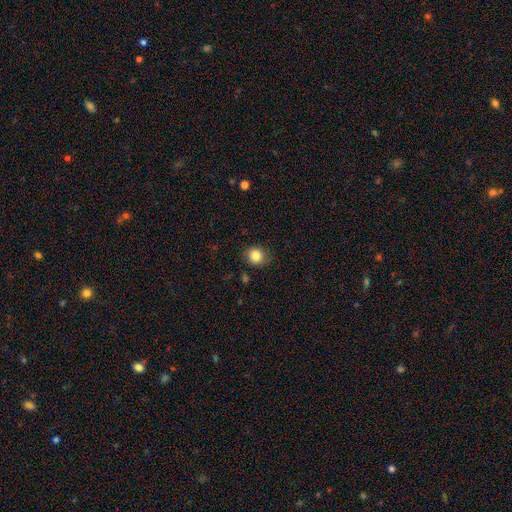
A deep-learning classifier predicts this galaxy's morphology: smooth_or_featured: smooth (p=0.84) [alt: star or artifact p=0.10]
how_rounded: round (p=0.82) [alt: in between p=0.17]
merging: none (p=0.81) [alt: minor disturbance p=0.14]